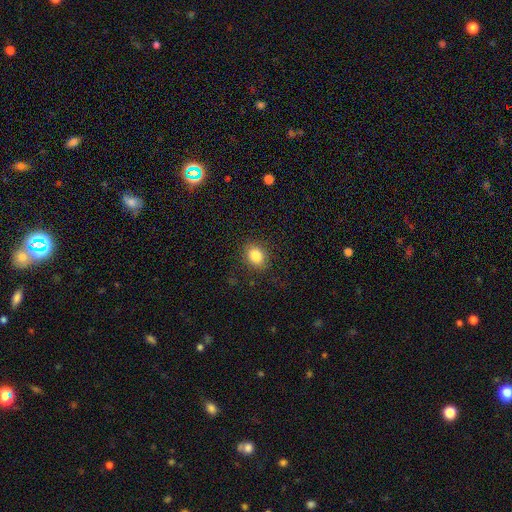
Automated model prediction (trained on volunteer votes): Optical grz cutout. It shows a smooth galaxy with no disk features (84%) that is in between round and cigar-shaped (57%). Merging: none (85%).